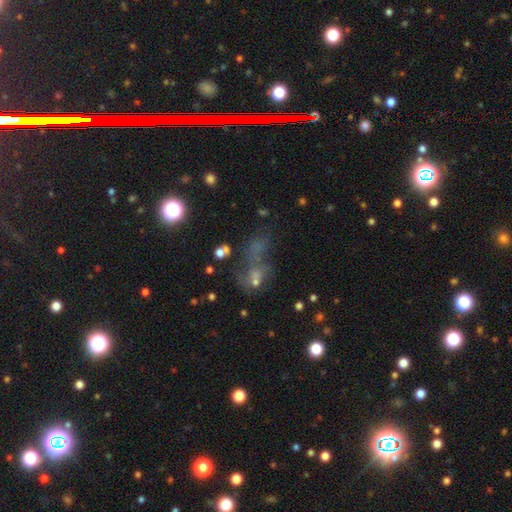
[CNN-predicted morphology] Q: Smooth or featured?
A: star or artifact (51%); runner-up: smooth (28%)